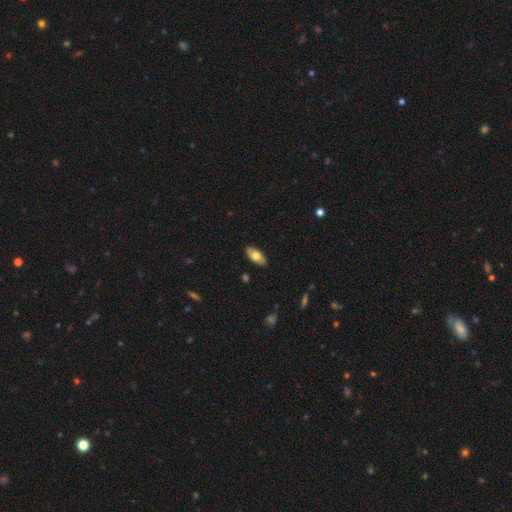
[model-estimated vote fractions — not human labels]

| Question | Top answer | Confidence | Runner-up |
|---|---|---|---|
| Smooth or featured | smooth | 68% | featured or disk (26%) |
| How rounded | in between | 92% | cigar-shaped (5%) |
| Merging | none | 88% | minor disturbance (9%) |